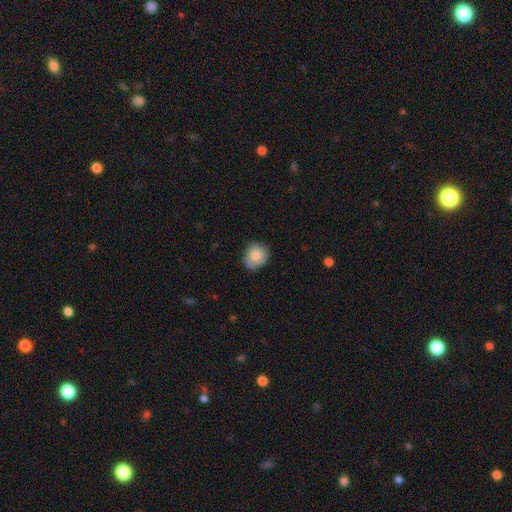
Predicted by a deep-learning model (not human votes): Overall: smooth (83%). How rounded: round (73%). Merging: none (75%).